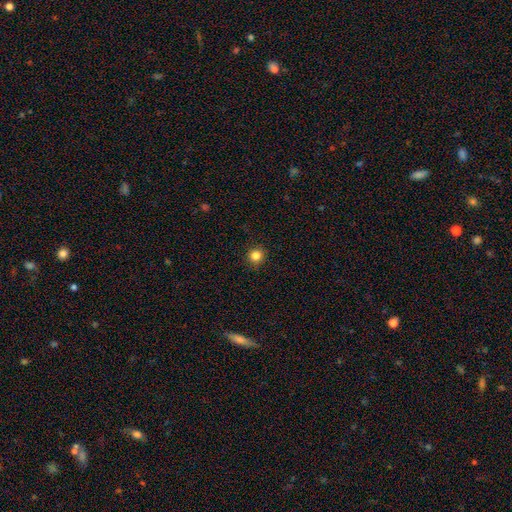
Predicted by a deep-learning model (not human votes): This is clearly a smooth galaxy (83%). How rounded: clearly round (93%). Merging: clearly none (92%).